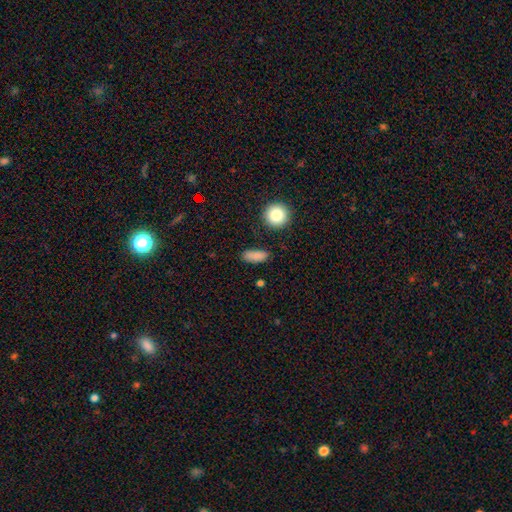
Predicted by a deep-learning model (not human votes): Overall: smooth (85%). How rounded: in between (76%). Merging: none (78%).